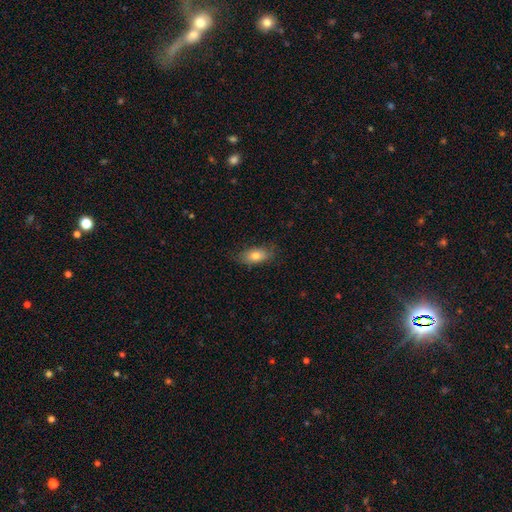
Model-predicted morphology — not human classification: This is likely a smooth galaxy (77%). How rounded: clearly in between (86%). Merging: likely none (76%).